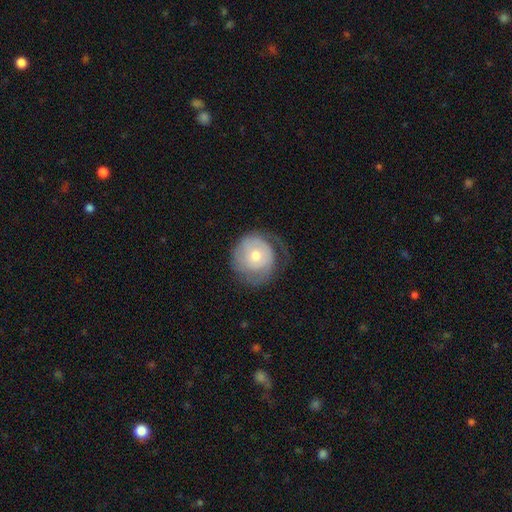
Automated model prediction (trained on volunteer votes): Smooth or featured? featured or disk (59%)
Edge-on disk? no (97%)
Bar? no (81%)
Spiral arms? yes (78%)
Bulge size? moderate (57%)
Merging? none (56%)